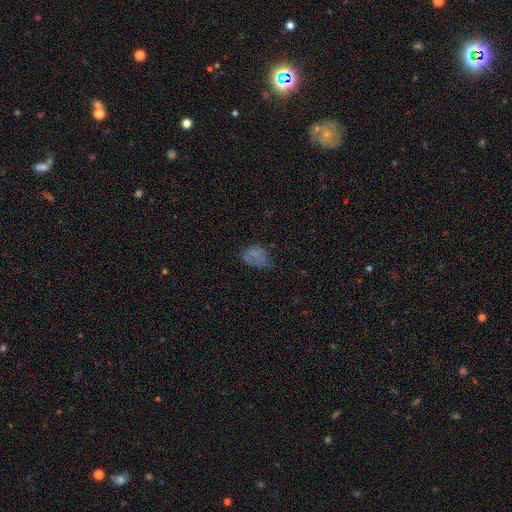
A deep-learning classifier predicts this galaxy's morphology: Smooth or featured? Predicted: smooth (p=0.51). How rounded? Predicted: in between (p=0.70). Merging? Predicted: none (p=0.43).